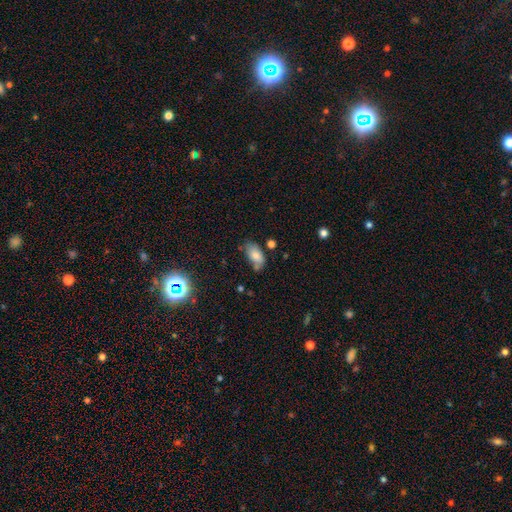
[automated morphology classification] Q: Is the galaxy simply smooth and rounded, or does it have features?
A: smooth — 76%.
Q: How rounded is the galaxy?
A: in between — 91%.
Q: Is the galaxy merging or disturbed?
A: none — 57%.